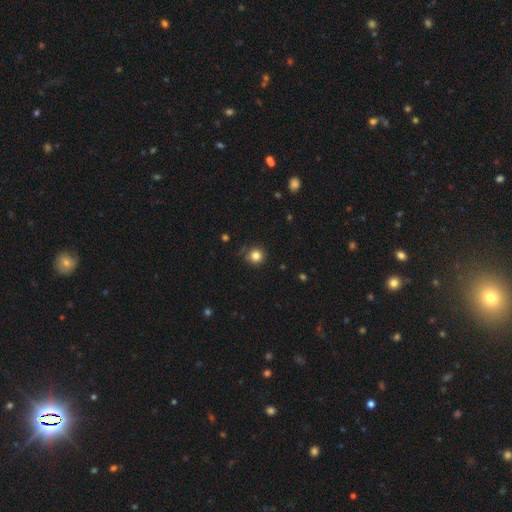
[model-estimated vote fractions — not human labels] This appears to be a smooth galaxy with no disk features (83%) that is round (93%). Merging: none (82%).